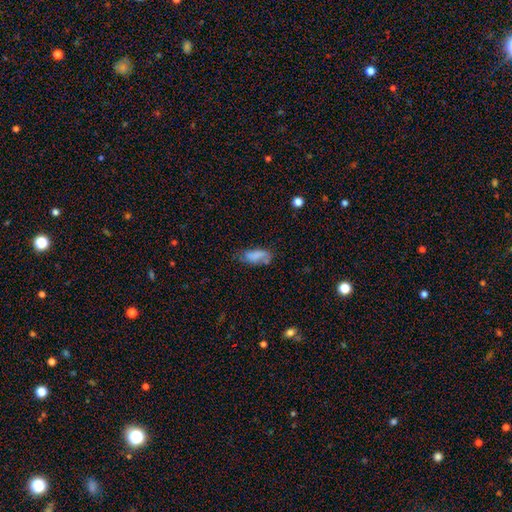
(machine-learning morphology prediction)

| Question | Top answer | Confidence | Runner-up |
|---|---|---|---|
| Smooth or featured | smooth | 69% | featured or disk (21%) |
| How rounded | in between | 79% | cigar-shaped (18%) |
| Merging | none | 45% | minor disturbance (31%) |